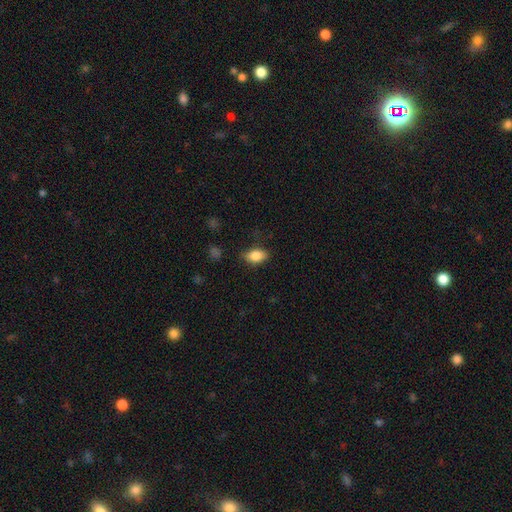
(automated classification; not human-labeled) smooth 81%, featured or disk 11%, star or artifact 8%. Down the decision tree: how rounded — in between (86%); merging — none (80%).